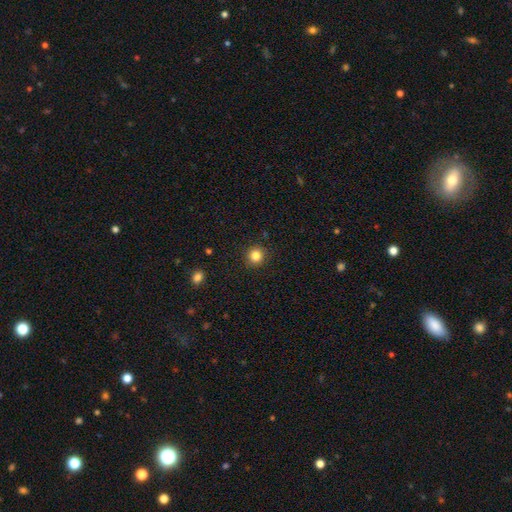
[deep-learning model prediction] A smooth galaxy with no disk features (83%) that is round (93%). Merging: none (91%).